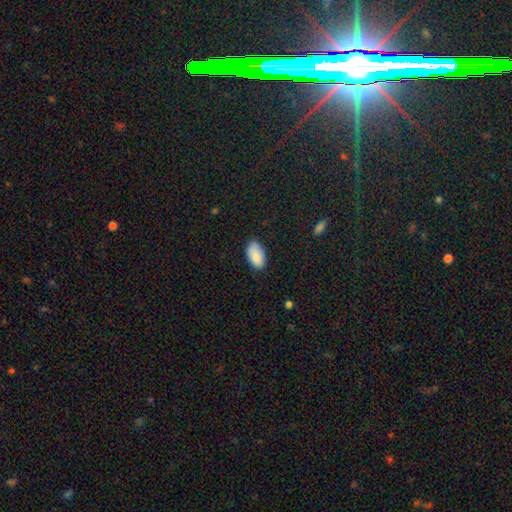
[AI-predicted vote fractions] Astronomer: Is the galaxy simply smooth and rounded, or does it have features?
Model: smooth — 88%.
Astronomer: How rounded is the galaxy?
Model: in between — 95%.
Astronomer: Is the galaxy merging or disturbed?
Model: none — 81%.